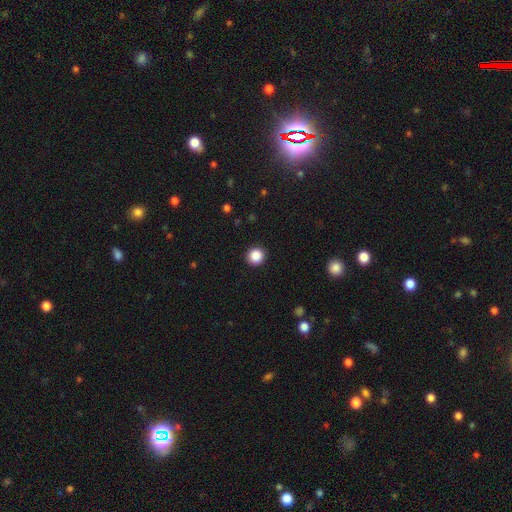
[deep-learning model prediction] Smooth or featured: smooth — 87% (star or artifact — 10%)
How rounded: round — 94% (in between — 5%)
Merging: none — 93% (minor disturbance — 5%)